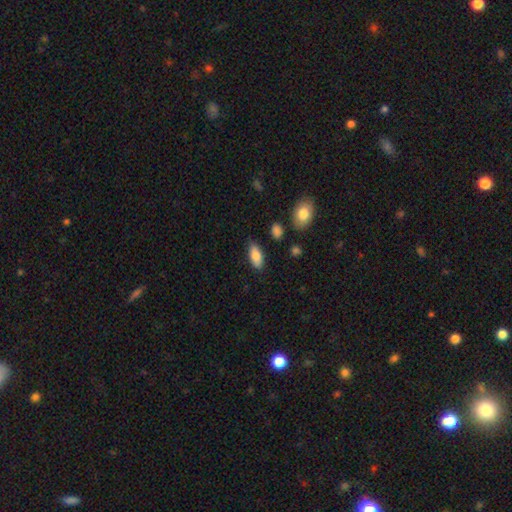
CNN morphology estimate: smooth-or-featured: smooth: 83% | featured or disk: 10% | star or artifact: 7%
  how-rounded: in between: 87% | cigar-shaped: 11% | round: 2%
  merging: none: 80% | minor disturbance: 15% | major disturbance: 3% | merger: 2%